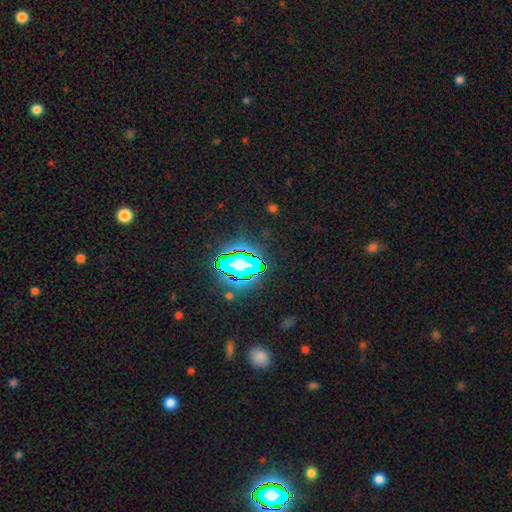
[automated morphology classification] Smooth or featured? Predicted: star or artifact (p=0.80).